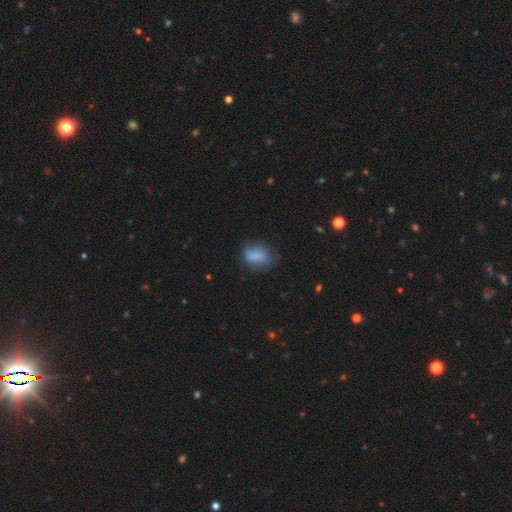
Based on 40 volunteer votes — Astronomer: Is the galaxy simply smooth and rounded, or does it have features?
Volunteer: smooth — 85%.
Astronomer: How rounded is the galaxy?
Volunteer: in between — 71%.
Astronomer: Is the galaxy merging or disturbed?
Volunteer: none — 60%.